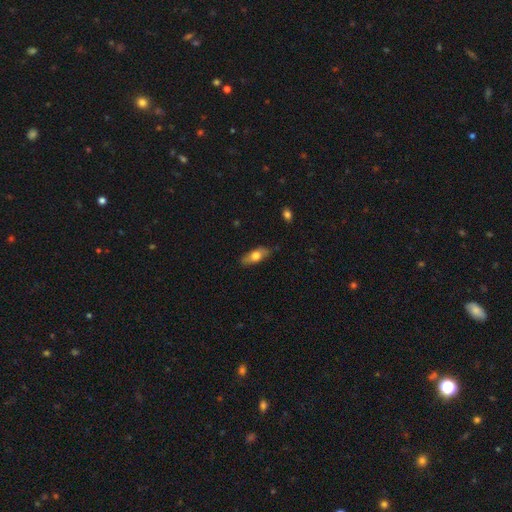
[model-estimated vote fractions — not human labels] smooth_or_featured: smooth (p=0.65) [alt: featured or disk p=0.29]
how_rounded: in between (p=0.72) [alt: cigar-shaped p=0.25]
merging: none (p=0.81) [alt: minor disturbance p=0.15]